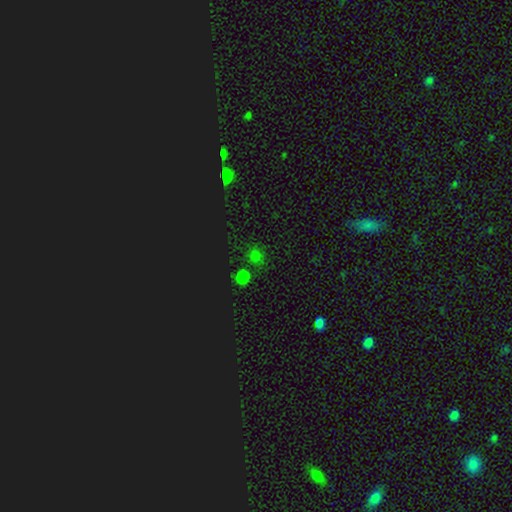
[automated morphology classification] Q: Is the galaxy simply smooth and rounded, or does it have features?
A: smooth — 60%.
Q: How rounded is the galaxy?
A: round — 81%.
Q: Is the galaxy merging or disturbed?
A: none — 75%.